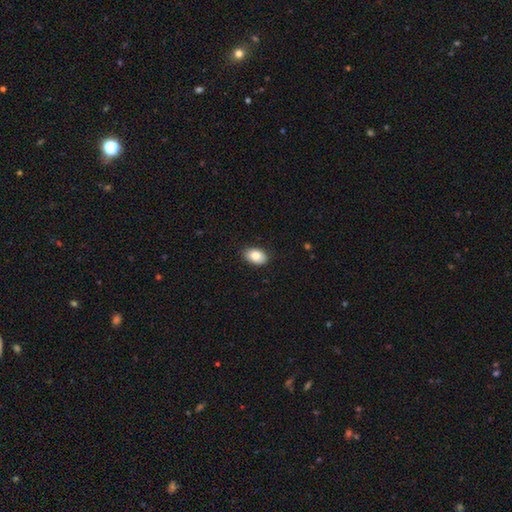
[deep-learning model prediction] Morphology: type=smooth (82%); roundness=in between (84%); merging=none (87%).